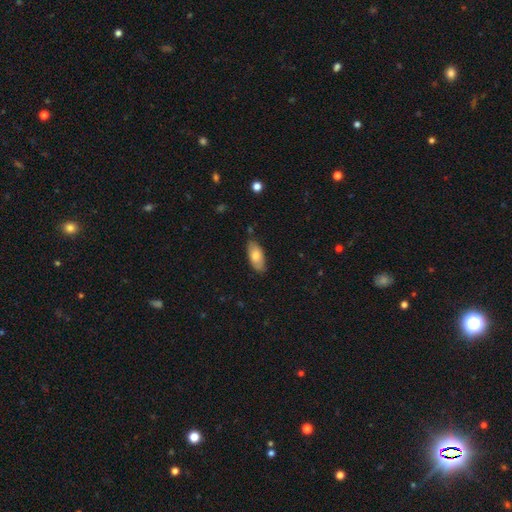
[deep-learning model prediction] Morphology: type=smooth (76%); roundness=in between (86%); merging=none (77%).